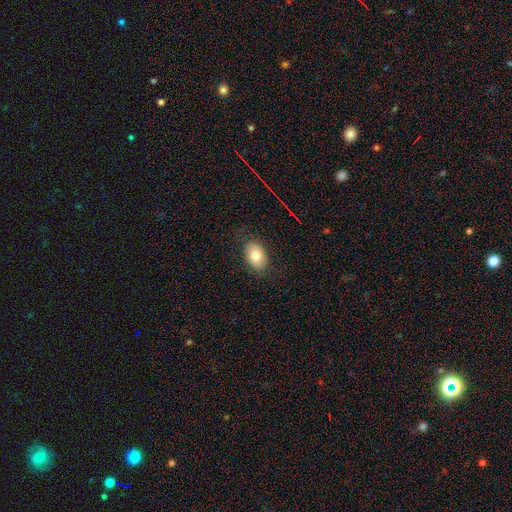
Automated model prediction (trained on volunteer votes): Smooth or featured?
  - smooth: 78% *
  - featured or disk: 14%
  - star or artifact: 8%
How rounded?
  - in between: 84% *
  - round: 15%
  - cigar-shaped: 1%
Merging?
  - none: 81% *
  - minor disturbance: 14%
  - major disturbance: 4%
  - merger: 1%